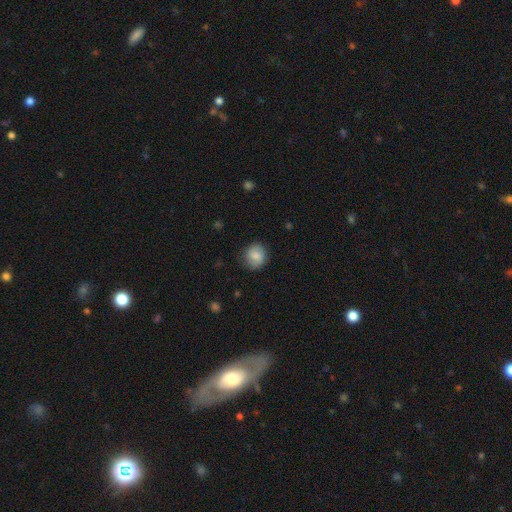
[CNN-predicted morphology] smooth-or-featured: smooth: 79% | featured or disk: 14% | star or artifact: 7%
  how-rounded: round: 81% | in between: 18% | cigar-shaped: 1%
  merging: none: 82% | minor disturbance: 14% | major disturbance: 4% | merger: 1%